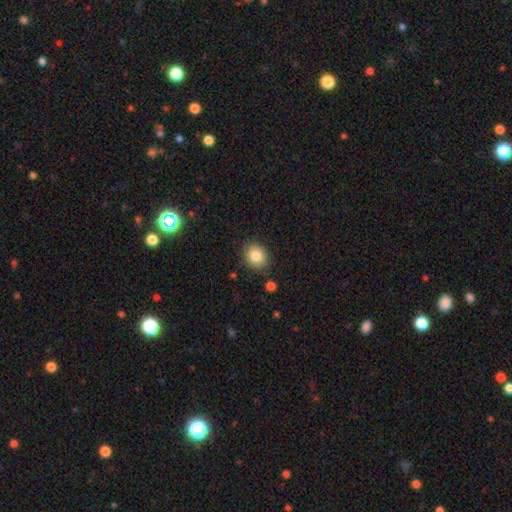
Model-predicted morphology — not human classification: smooth 85%, star or artifact 9%, featured or disk 6%. Down the decision tree: how rounded — round (68%); merging — none (85%).